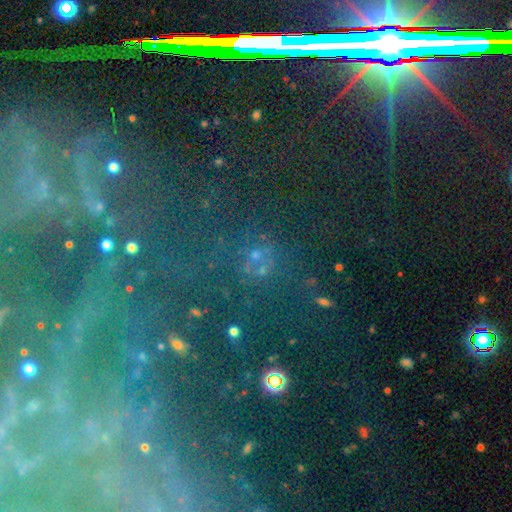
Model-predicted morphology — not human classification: This appears to be a star or artifact, not a galaxy (56%).